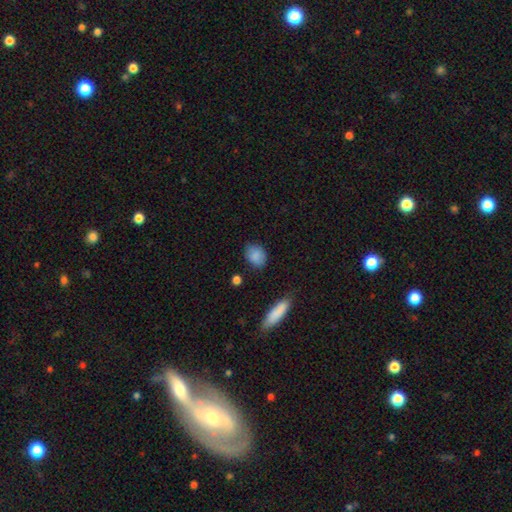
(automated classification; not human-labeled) A smooth galaxy with no disk features (87%) that is in between round and cigar-shaped (62%).

Vote fractions:
- Smooth or featured? smooth: 87% / star or artifact: 7% / featured or disk: 5%
- How rounded? in between: 62% / round: 36% / cigar-shaped: 2%
- Merging? none: 81% / minor disturbance: 14% / major disturbance: 3% / merger: 2%